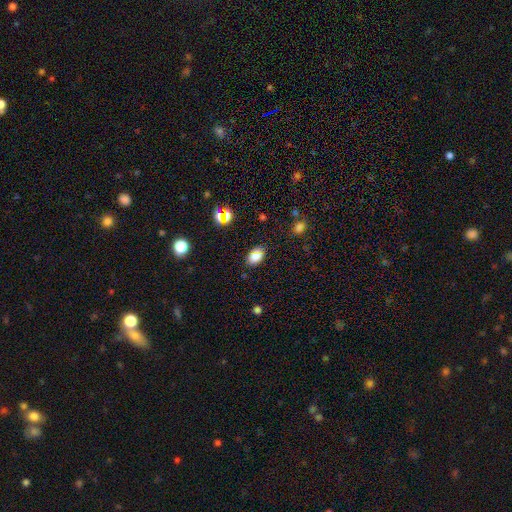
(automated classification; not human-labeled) smooth-or-featured: smooth: 73% | star or artifact: 18% | featured or disk: 9%
  how-rounded: in between: 82% | round: 16% | cigar-shaped: 2%
  merging: none: 79% | minor disturbance: 12% | merger: 5% | major disturbance: 3%